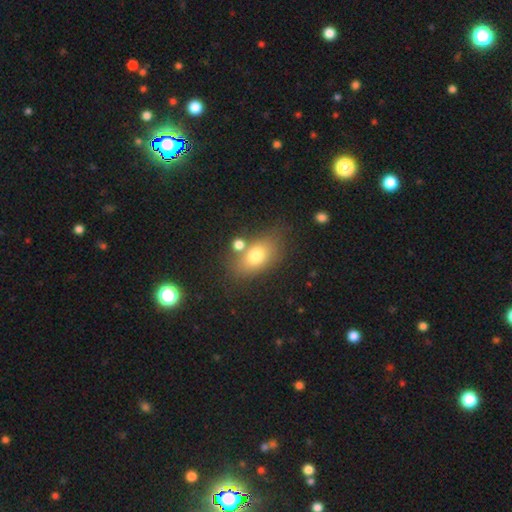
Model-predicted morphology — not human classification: The model was most divided on "merging": none: 62%, merger: 18%, minor disturbance: 15%, major disturbance: 6%. More confident: how rounded — in between (81%); smooth or featured — smooth (73%).